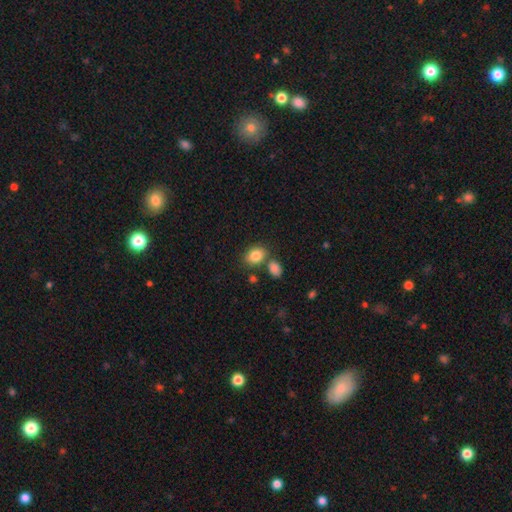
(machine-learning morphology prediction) smooth 85%, star or artifact 9%, featured or disk 7%. Down the decision tree: how rounded — in between (67%); merging — none (66%).